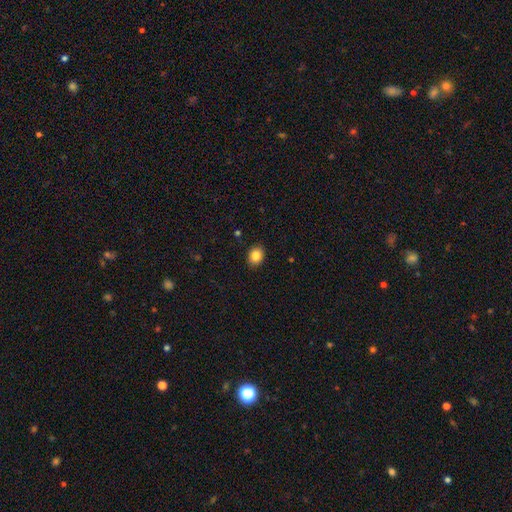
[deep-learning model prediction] Overall: smooth (85%). How rounded: in between (52%; round 47%). Merging: none (89%).